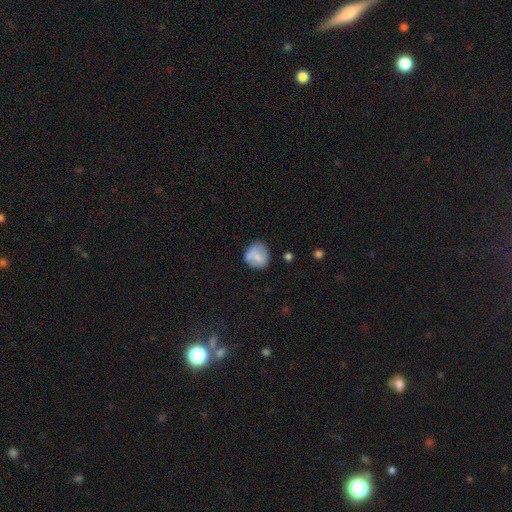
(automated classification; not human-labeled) Smooth or featured: smooth — 63% (featured or disk — 30%)
How rounded: round — 78% (in between — 21%)
Merging: none — 62% (minor disturbance — 24%)